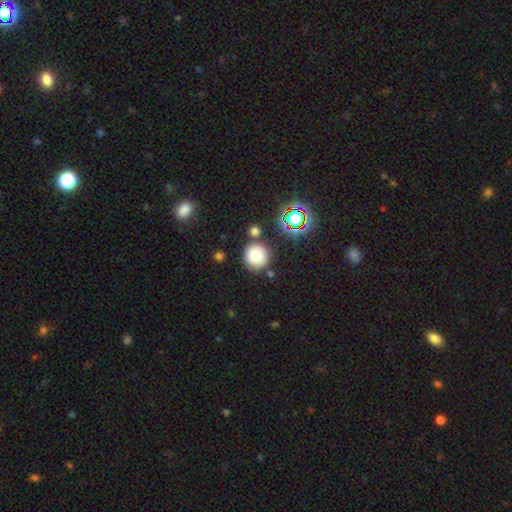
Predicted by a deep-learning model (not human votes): Q: Smooth or featured?
A: smooth (79%); runner-up: star or artifact (14%)
Q: How rounded?
A: round (92%); runner-up: in between (6%)
Q: Merging?
A: none (78%); runner-up: minor disturbance (11%)